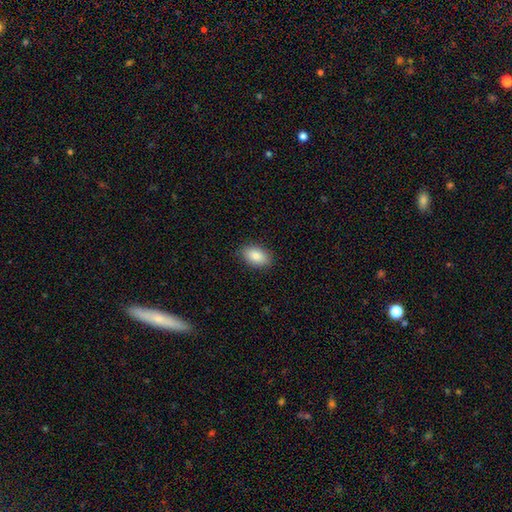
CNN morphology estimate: Smooth or featured? smooth (86%)
How rounded? in between (92%)
Merging? none (87%)